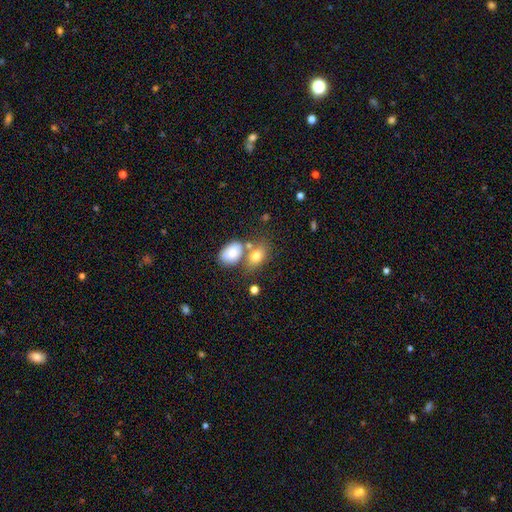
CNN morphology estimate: smooth-or-featured: smooth: 77% | featured or disk: 14% | star or artifact: 9%
  how-rounded: in between: 78% | round: 20% | cigar-shaped: 2%
  merging: none: 44% | merger: 38% | minor disturbance: 12% | major disturbance: 5%